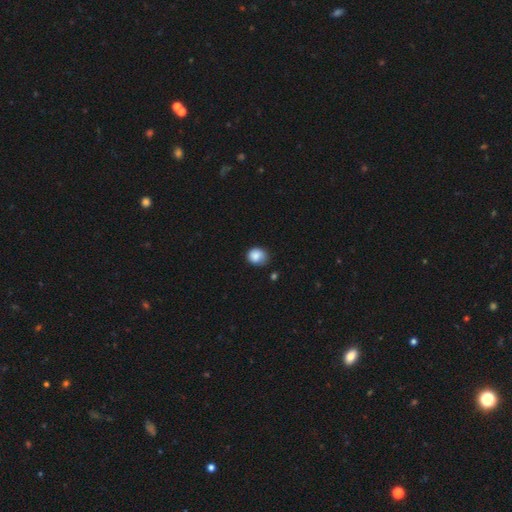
Smooth or featured? 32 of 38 (84%) said smooth. How rounded? 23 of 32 (72%) said round. Merging? 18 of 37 (49%) said none.